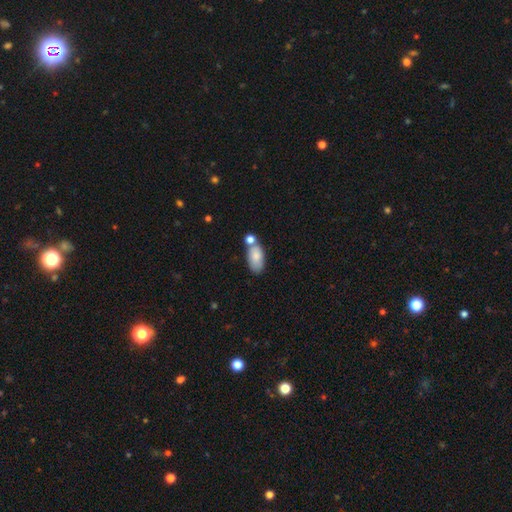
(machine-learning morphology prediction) This appears to be a smooth galaxy with no disk features (81%) that is in between round and cigar-shaped (91%). Merging: none (53%).